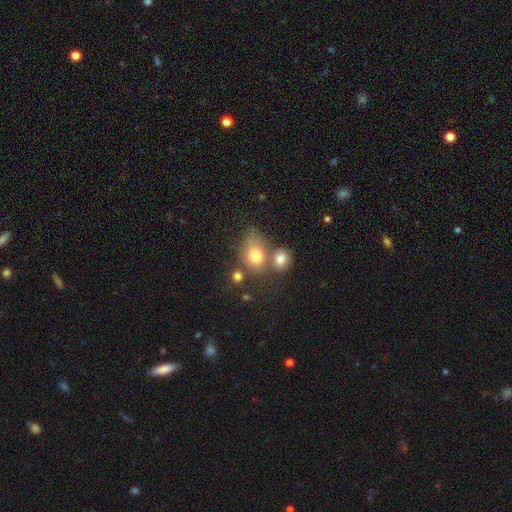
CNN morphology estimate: A smooth galaxy with no disk features (75%) that is in between round and cigar-shaped (61%).

Vote fractions:
- Smooth or featured? smooth: 75% / featured or disk: 13% / star or artifact: 11%
- How rounded? in between: 61% / round: 37% / cigar-shaped: 2%
- Merging? merger: 40% / none: 37% / minor disturbance: 15% / major disturbance: 8%